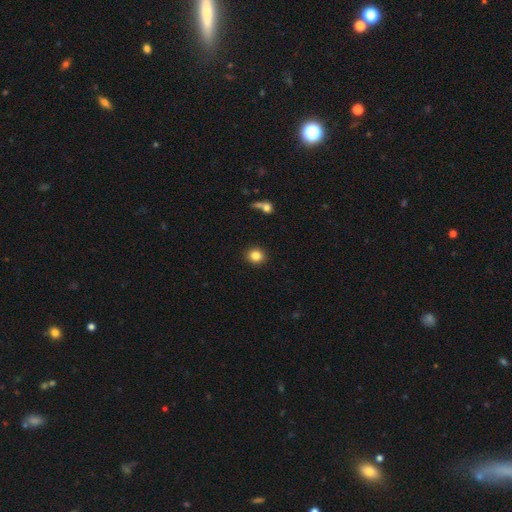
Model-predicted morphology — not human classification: A smooth galaxy with no disk features (84%) that is round (85%).

Vote fractions:
- Smooth or featured? smooth: 84% / star or artifact: 10% / featured or disk: 6%
- How rounded? round: 85% / in between: 14% / cigar-shaped: 1%
- Merging? none: 91% / minor disturbance: 6% / major disturbance: 2% / merger: 2%